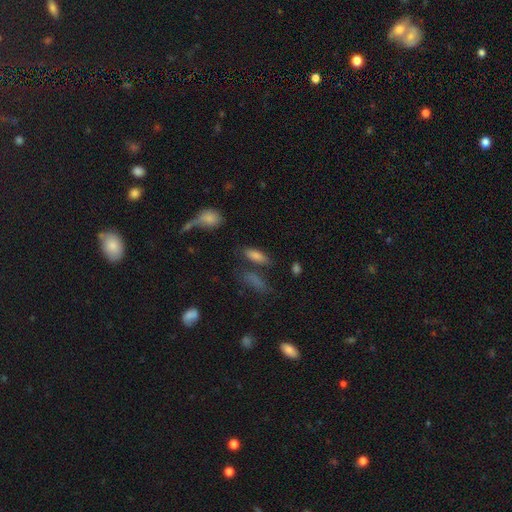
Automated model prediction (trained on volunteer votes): Smooth or featured? Predicted: smooth (p=0.77). How rounded? Predicted: in between (p=0.58). Merging? Predicted: none (p=0.67).